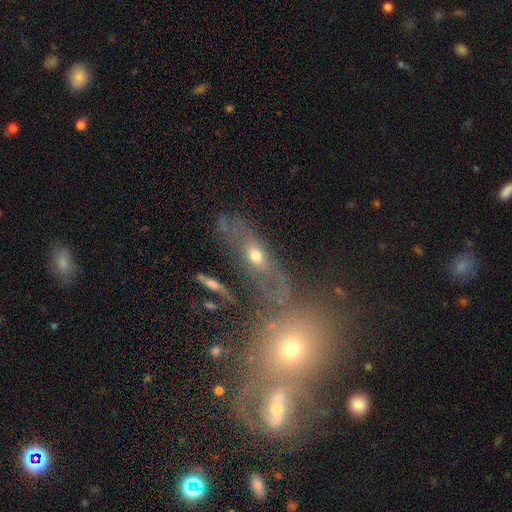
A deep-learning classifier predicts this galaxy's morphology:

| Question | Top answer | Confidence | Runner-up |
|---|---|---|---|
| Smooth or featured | smooth | 44% | featured or disk (43%) |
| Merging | none | 53% | minor disturbance (17%) |